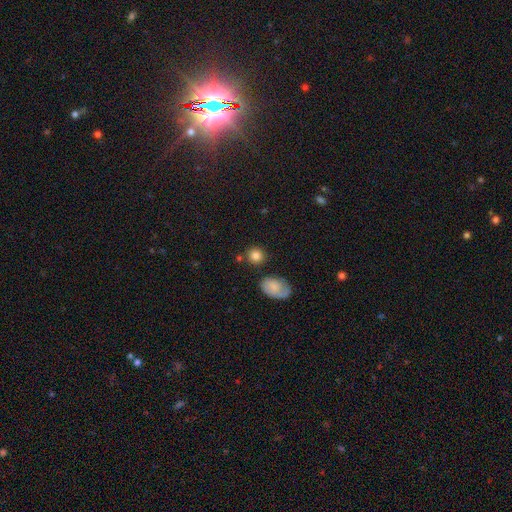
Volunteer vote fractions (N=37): Volunteers were most divided on "how rounded": round: 79%, in between: 21%, cigar-shaped: 0%. More confident: smooth or featured — smooth (92%); merging — none (83%).